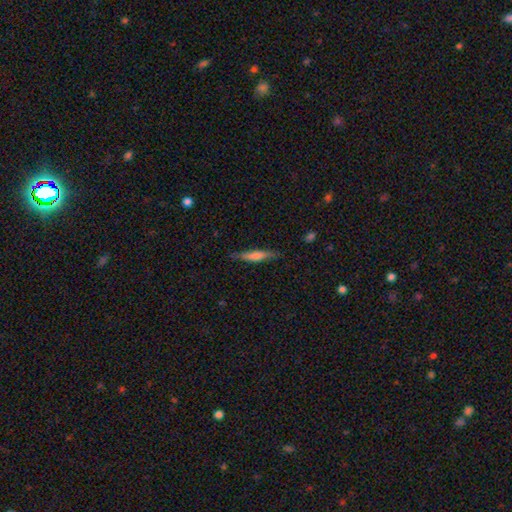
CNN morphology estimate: smooth 53%, featured or disk 40%, star or artifact 6%. Down the decision tree: how rounded — cigar-shaped (90%); merging — none (83%).